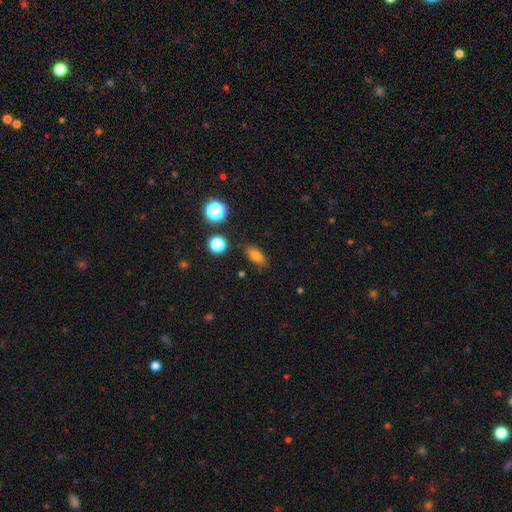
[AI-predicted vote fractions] smooth_or_featured: smooth (p=0.75) [alt: star or artifact p=0.14]
how_rounded: in between (p=0.76) [alt: cigar-shaped p=0.13]
merging: none (p=0.83) [alt: minor disturbance p=0.12]